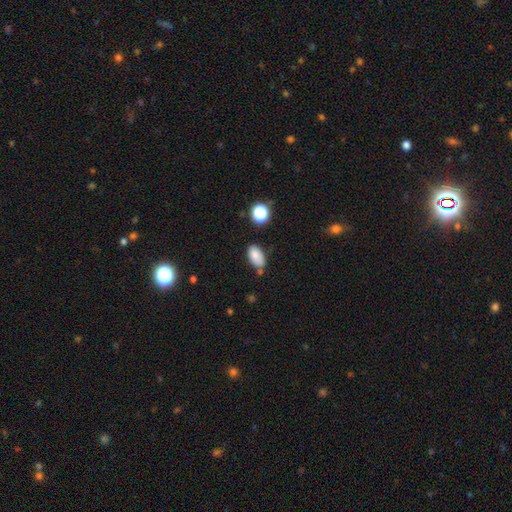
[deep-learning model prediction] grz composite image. It shows a smooth galaxy with no disk features (82%) that is in between round and cigar-shaped (92%). Merging: none (62%).